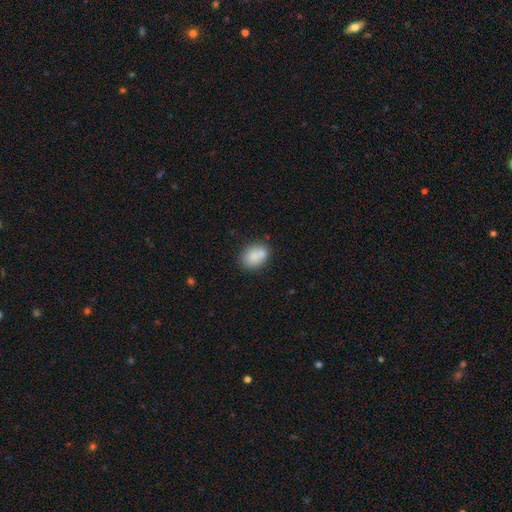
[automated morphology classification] A smooth galaxy with no disk features (81%) that is in between round and cigar-shaped (67%).

Vote fractions:
- Smooth or featured? smooth: 81% / featured or disk: 11% / star or artifact: 8%
- How rounded? in between: 67% / round: 32% / cigar-shaped: 1%
- Merging? none: 60% / merger: 20% / minor disturbance: 16% / major disturbance: 4%